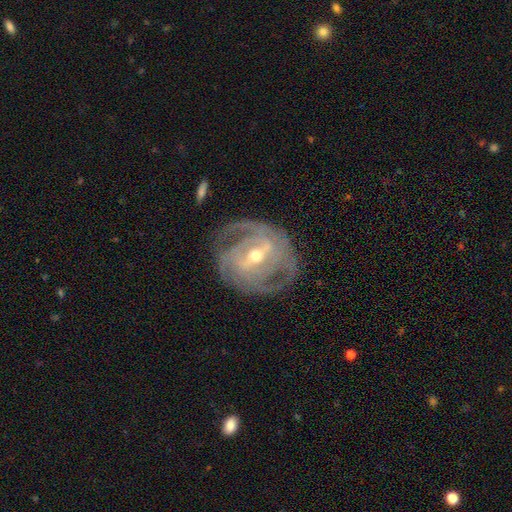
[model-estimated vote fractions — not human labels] This appears to be a featured or disk galaxy (87%) with a strong bar (48%), 2 (42%) tight (51%) spiral arms (91%) and a moderate central bulge (50%). Merging: none (71%).